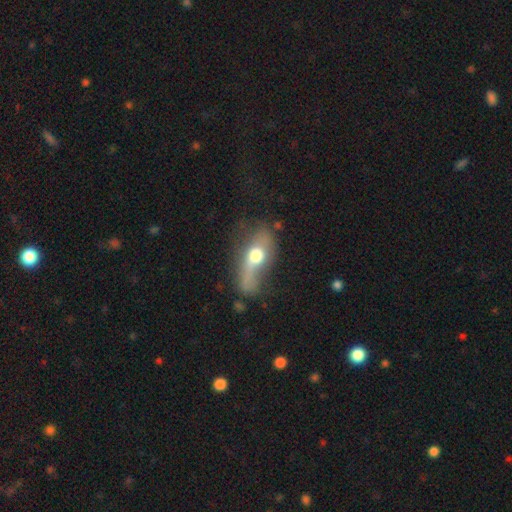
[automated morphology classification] type=featured or disk (49%); merging=major disturbance (33%, tied with none).